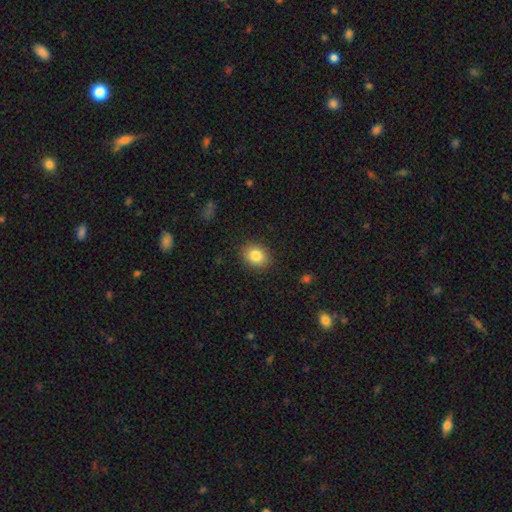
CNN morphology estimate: This is clearly a smooth galaxy (84%). How rounded: possibly in between (51%). Merging: clearly none (87%).